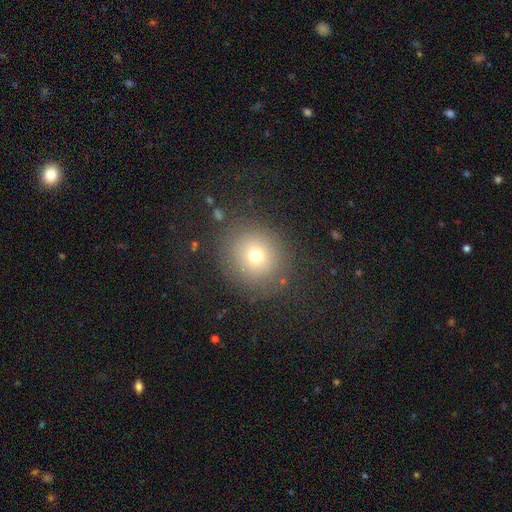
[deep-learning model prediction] Q: Smooth or featured?
A: smooth (70%); runner-up: star or artifact (18%)
Q: How rounded?
A: round (90%); runner-up: in between (9%)
Q: Merging?
A: none (83%); runner-up: minor disturbance (9%)